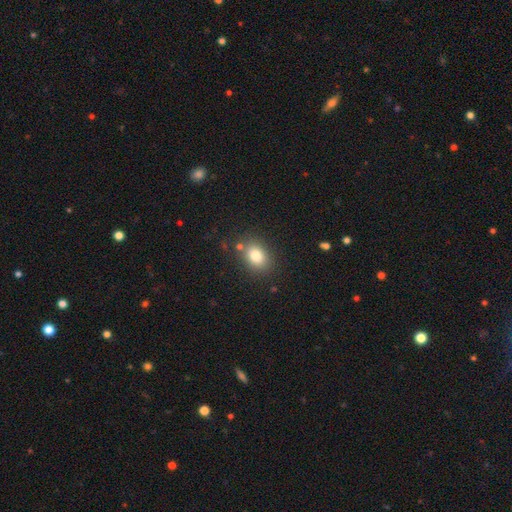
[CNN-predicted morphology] smooth_or_featured: smooth (p=0.82) [alt: star or artifact p=0.10]
how_rounded: in between (p=0.63) [alt: round p=0.36]
merging: none (p=0.80) [alt: minor disturbance p=0.12]